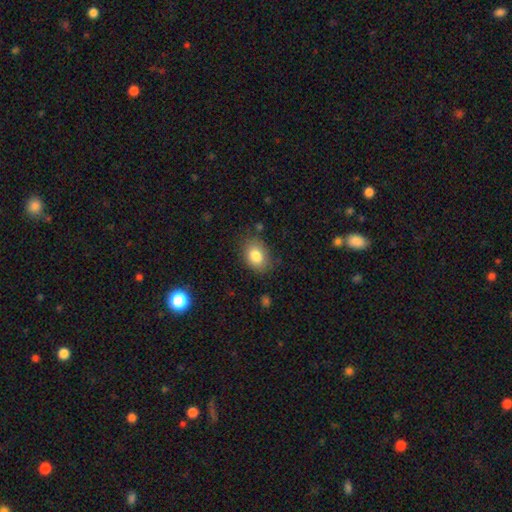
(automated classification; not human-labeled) Overall: smooth (82%). How rounded: in between (74%). Merging: none (77%).